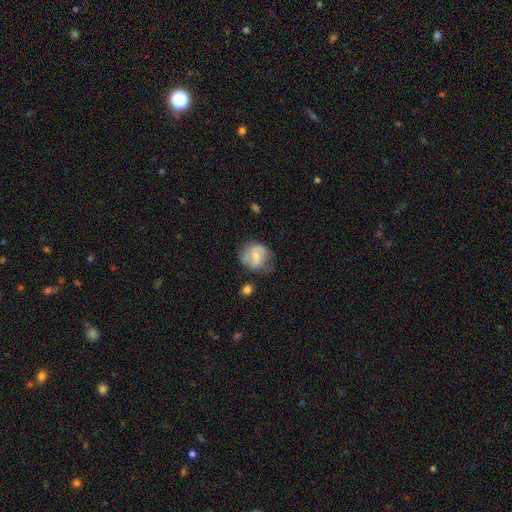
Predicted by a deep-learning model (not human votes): The model was most divided on "smooth or featured": featured or disk: 48%, smooth: 45%, star or artifact: 7%. More confident: merging — none (61%).